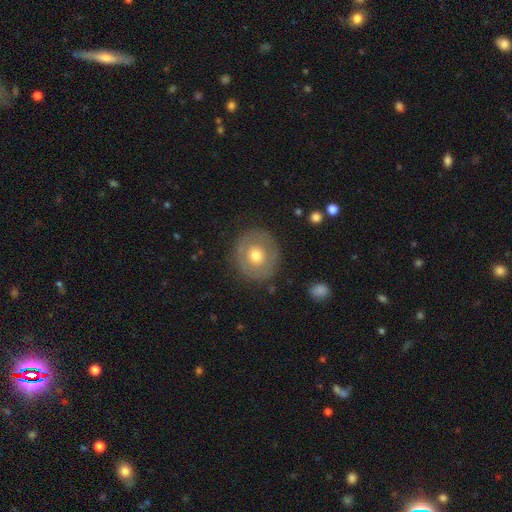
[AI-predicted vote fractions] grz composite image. It shows a smooth galaxy with no disk features (55%) that is round (89%). Merging: none (84%).